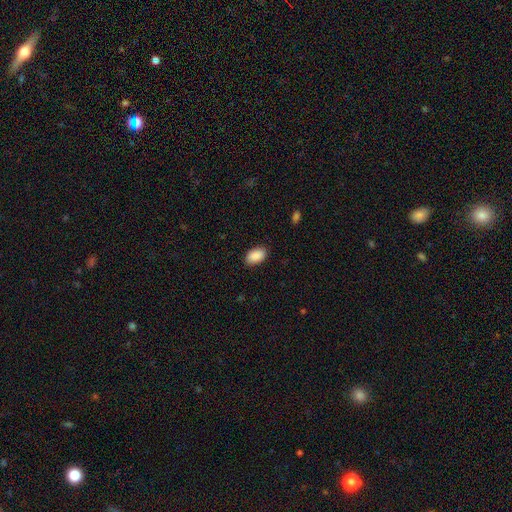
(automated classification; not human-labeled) This appears to be a smooth galaxy with no disk features (91%) that is in between round and cigar-shaped (93%). Merging: none (88%).